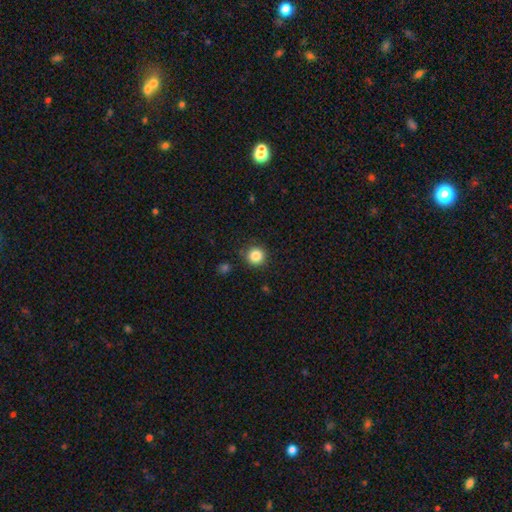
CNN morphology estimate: Q: Smooth or featured?
A: smooth (85%); runner-up: star or artifact (11%)
Q: How rounded?
A: round (94%); runner-up: in between (5%)
Q: Merging?
A: none (88%); runner-up: minor disturbance (7%)